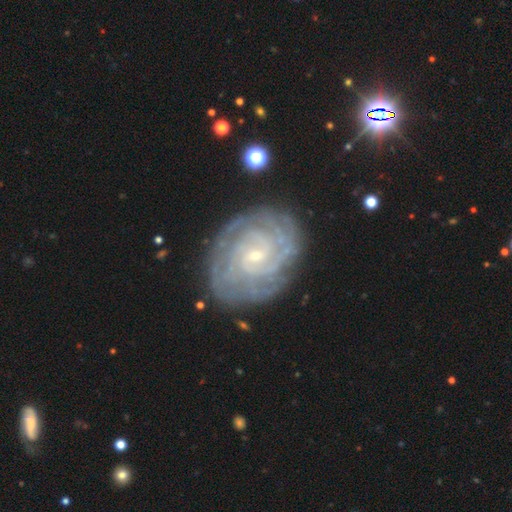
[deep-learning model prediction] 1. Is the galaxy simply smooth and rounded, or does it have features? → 89% featured or disk, 6% smooth, 6% star or artifact.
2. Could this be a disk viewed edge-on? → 97% no, 3% yes.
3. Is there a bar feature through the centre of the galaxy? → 52% no, 38% weak, 10% strong.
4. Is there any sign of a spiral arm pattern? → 98% yes, 2% no.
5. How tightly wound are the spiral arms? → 81% tight, 16% medium, 3% loose.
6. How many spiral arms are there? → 27% can't tell, 19% 4, 19% 2, 18% 3, 10% more than 4, 7% 1.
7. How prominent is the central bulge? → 80% small, 16% moderate, 2% none, 1% large, 1% dominant.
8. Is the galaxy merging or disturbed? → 80% none, 14% minor disturbance, 4% major disturbance, 1% merger.